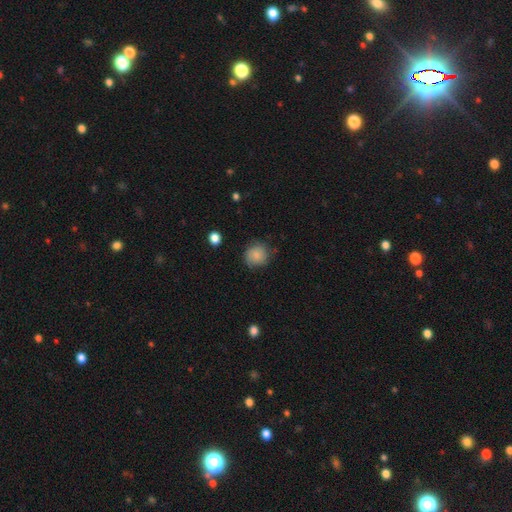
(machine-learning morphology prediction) Smooth or featured? smooth (82%)
How rounded? round (87%)
Merging? none (75%)